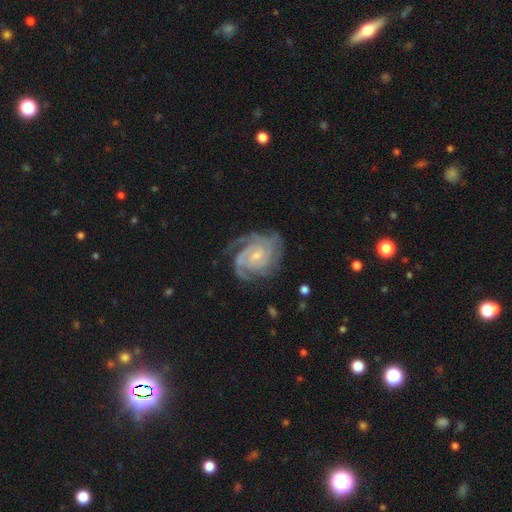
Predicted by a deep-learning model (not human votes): This is clearly a featured or disk galaxy (91%). It is clearly not viewed edge-on (98%). Bar: possibly no (45%). Spiral arm pattern: clearly yes (98%). Spiral arm count: marginally 3 (32%). Spiral winding: likely tight (70%). Central bulge: likely small (66%). Merging: likely none (72%).